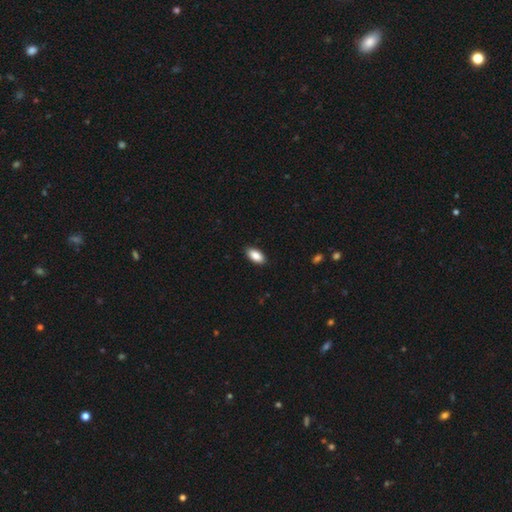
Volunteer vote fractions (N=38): smooth-or-featured: smooth: 92% | star or artifact: 5% | featured or disk: 3%
  how-rounded: in between: 83% | cigar-shaped: 11% | round: 6%
  merging: none: 100% | minor disturbance: 0% | major disturbance: 0% | merger: 0%